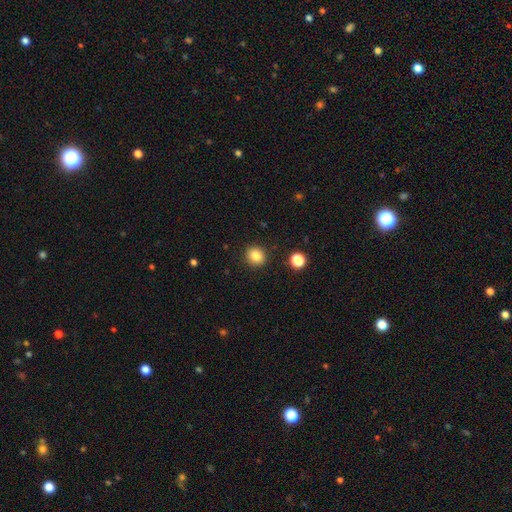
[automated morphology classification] smooth-or-featured: smooth: 84% | star or artifact: 11% | featured or disk: 5%
  how-rounded: round: 82% | in between: 17% | cigar-shaped: 1%
  merging: none: 90% | minor disturbance: 6% | major disturbance: 2% | merger: 2%